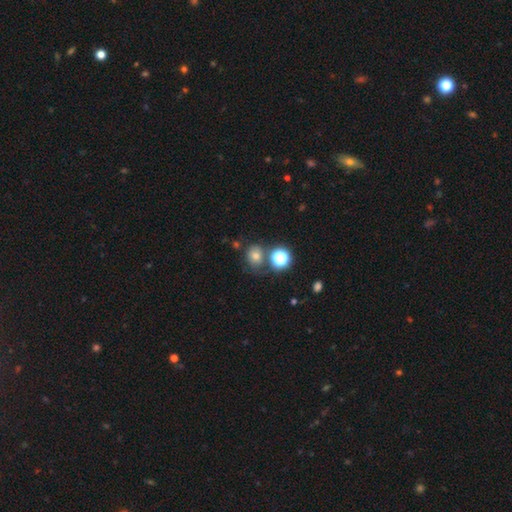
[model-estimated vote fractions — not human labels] Smooth or featured? Predicted: smooth (p=0.67). How rounded? Predicted: round (p=0.72). Merging? Predicted: none (p=0.62).